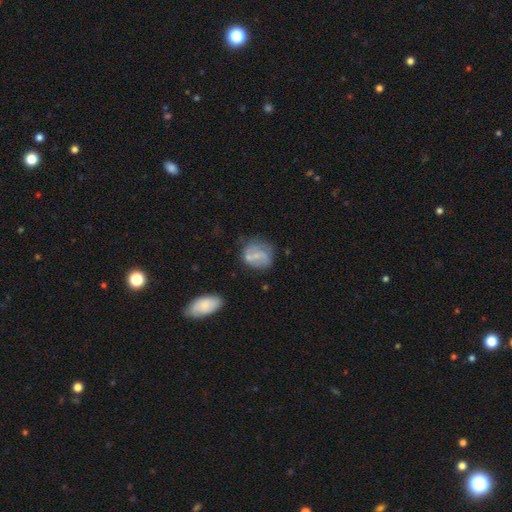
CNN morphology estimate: A featured or disk galaxy (48%).

Vote fractions:
- Smooth or featured? featured or disk: 48% / smooth: 43% / star or artifact: 9%
- Merging? none: 48% / minor disturbance: 25% / major disturbance: 16% / merger: 11%